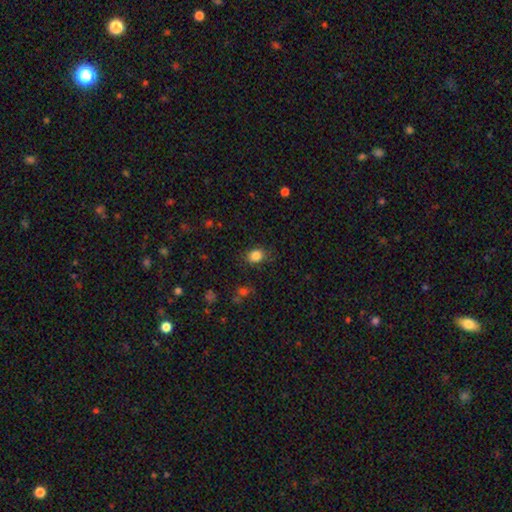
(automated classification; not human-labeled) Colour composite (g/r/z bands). It shows a smooth galaxy with no disk features (84%) that is in between round and cigar-shaped (52%). Merging: none (82%).